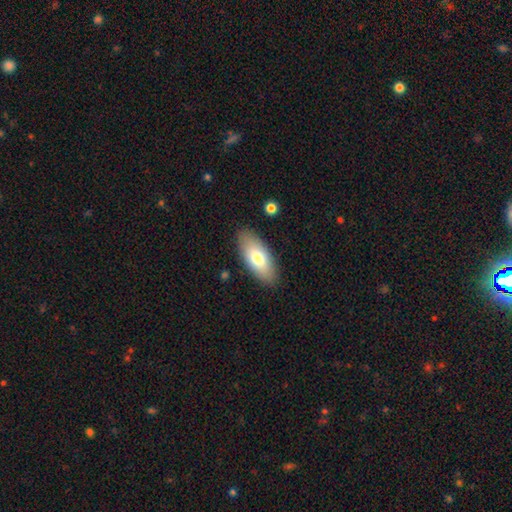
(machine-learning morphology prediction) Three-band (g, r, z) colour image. It shows a smooth galaxy with no disk features (73%) that is in between round and cigar-shaped (87%). Merging: none (88%).